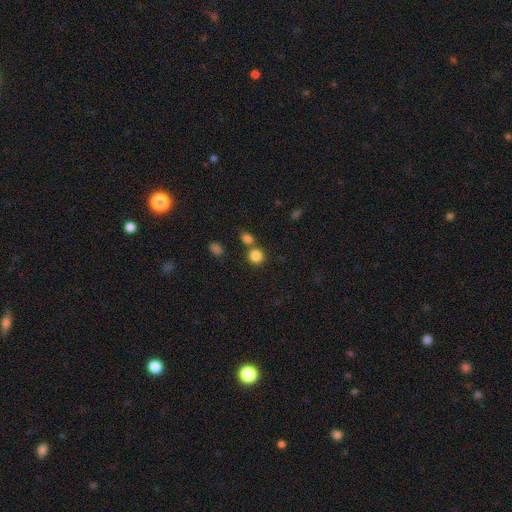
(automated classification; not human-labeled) This is clearly a smooth galaxy (85%). How rounded: clearly round (85%). Merging: likely none (64%).